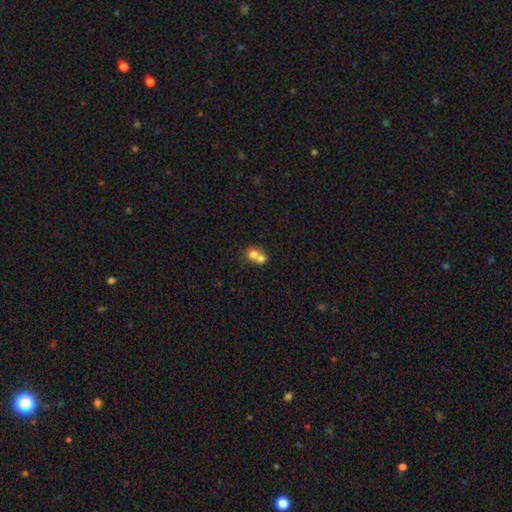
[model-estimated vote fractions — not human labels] Smooth or featured? smooth (72%)
How rounded? round (67%)
Merging? merger (70%)